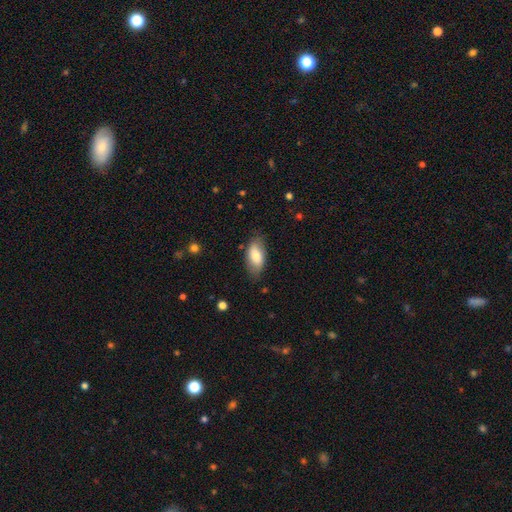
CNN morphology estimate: Q: Smooth or featured?
A: smooth (77%); runner-up: featured or disk (17%)
Q: How rounded?
A: in between (91%); runner-up: cigar-shaped (6%)
Q: Merging?
A: none (75%); runner-up: minor disturbance (19%)